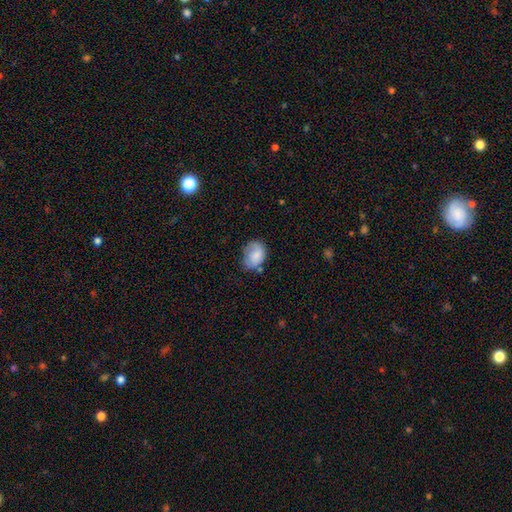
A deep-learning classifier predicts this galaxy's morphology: Overall: smooth (75%). How rounded: in between (67%; round 32%). Merging: none (53%; minor disturbance 32%).